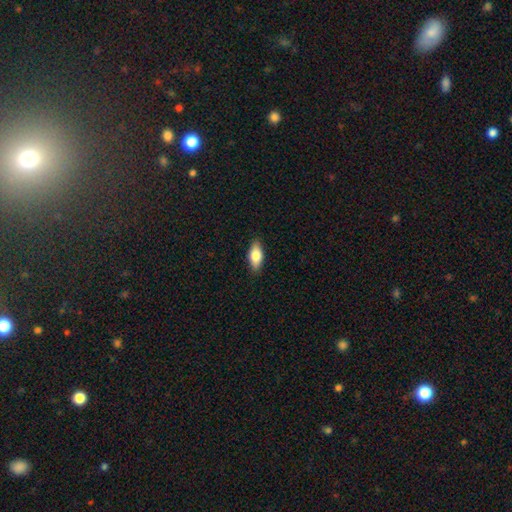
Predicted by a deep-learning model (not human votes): Smooth or featured? Predicted: smooth (p=0.78). How rounded? Predicted: in between (p=0.85). Merging? Predicted: none (p=0.88).